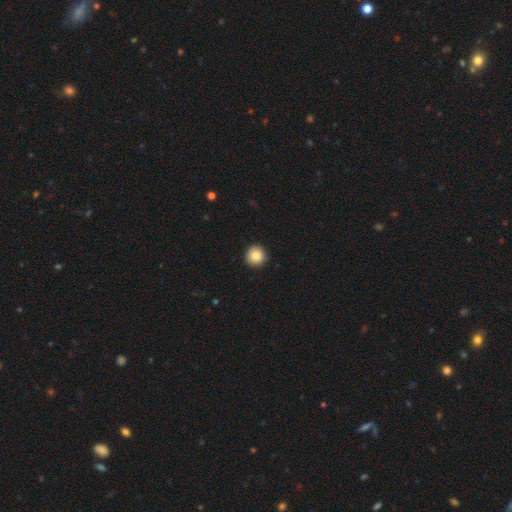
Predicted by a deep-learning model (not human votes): This appears to be a smooth galaxy with no disk features (87%) that is round (92%). Merging: none (91%).